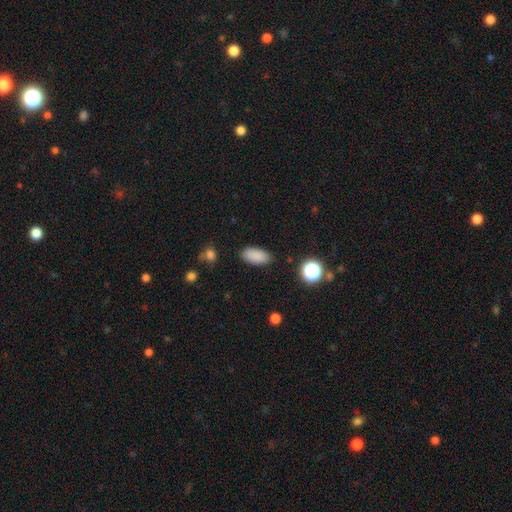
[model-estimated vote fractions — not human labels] This is clearly a smooth galaxy (87%). How rounded: clearly in between (89%). Merging: clearly none (87%).